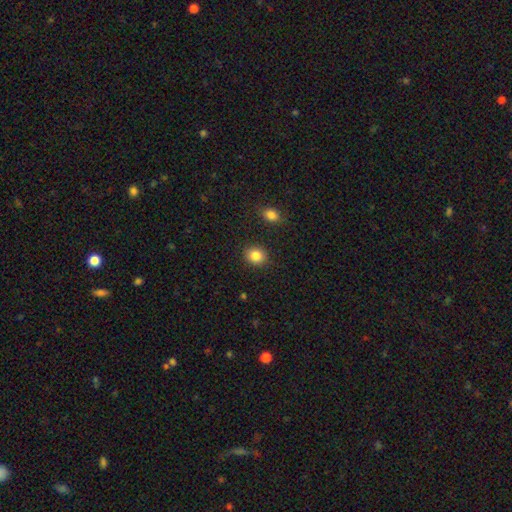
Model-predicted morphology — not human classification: Smooth or featured: smooth — 86% (star or artifact — 9%)
How rounded: round — 67% (in between — 32%)
Merging: none — 88% (minor disturbance — 8%)